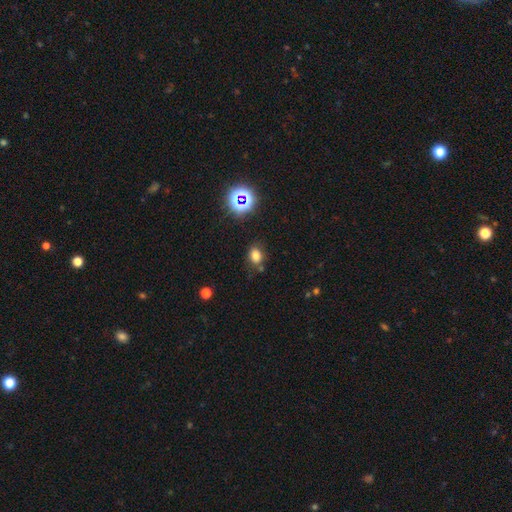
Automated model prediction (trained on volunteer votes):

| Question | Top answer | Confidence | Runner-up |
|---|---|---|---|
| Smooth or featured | smooth | 72% | star or artifact (20%) |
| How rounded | in between | 61% | round (38%) |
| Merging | none | 75% | minor disturbance (15%) |